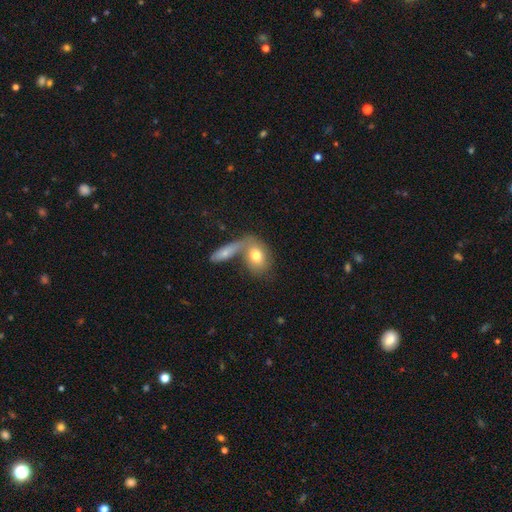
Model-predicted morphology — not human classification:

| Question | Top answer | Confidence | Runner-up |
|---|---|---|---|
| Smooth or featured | smooth | 72% | featured or disk (21%) |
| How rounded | in between | 67% | round (29%) |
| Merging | merger | 45% | none (39%) |